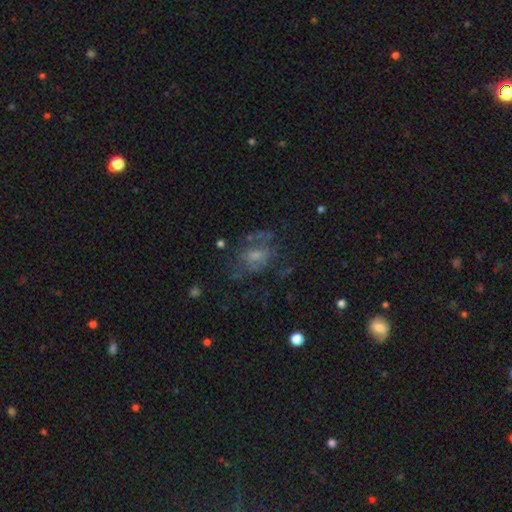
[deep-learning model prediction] Q: Smooth or featured?
A: featured or disk (49%); runner-up: smooth (34%)
Q: Merging?
A: none (46%); runner-up: major disturbance (28%)